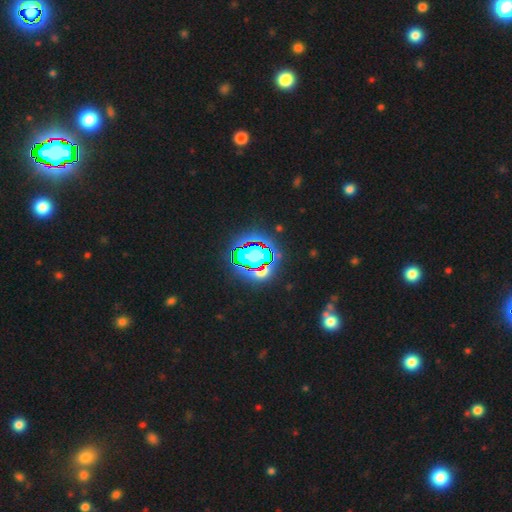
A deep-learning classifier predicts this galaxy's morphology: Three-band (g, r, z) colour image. It shows a star or artifact, not a galaxy (66%).